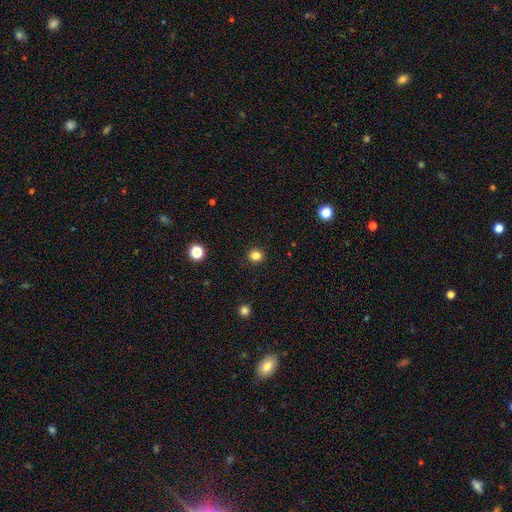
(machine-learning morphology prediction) A smooth galaxy with no disk features (83%) that is round (83%). Merging: none (91%).